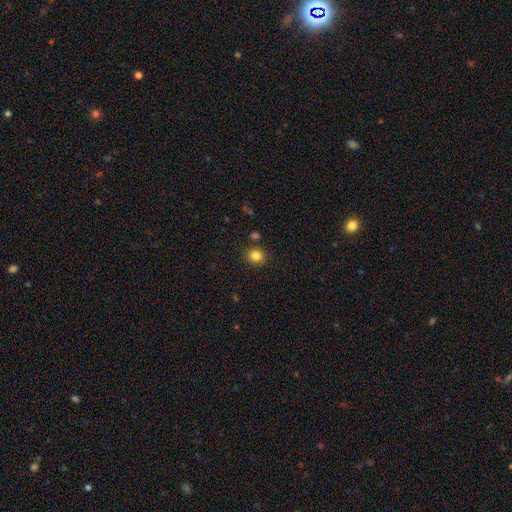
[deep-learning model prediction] Smooth or featured? Predicted: smooth (p=0.83). How rounded? Predicted: round (p=0.82). Merging? Predicted: none (p=0.84).